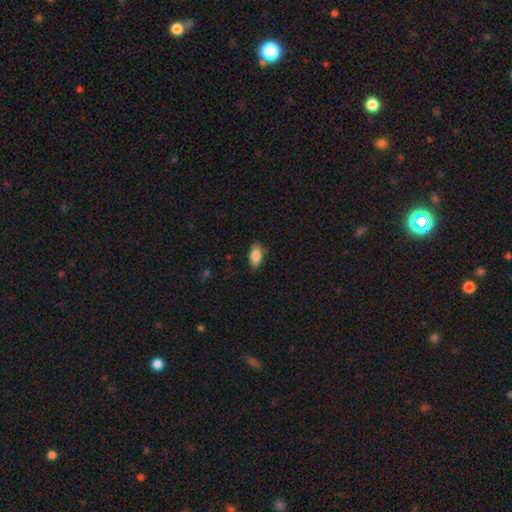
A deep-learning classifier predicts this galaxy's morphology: This appears to be a smooth galaxy with no disk features (84%) that is in between round and cigar-shaped (90%). Merging: none (80%).